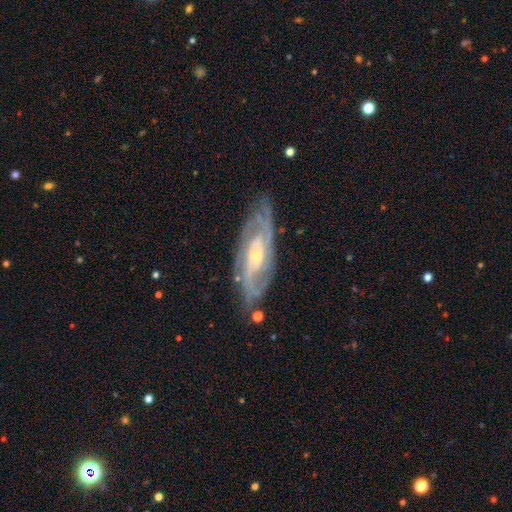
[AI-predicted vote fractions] Smooth or featured?
  - featured or disk: 88% *
  - smooth: 7%
  - star or artifact: 6%
Edge-on disk?
  - no: 88% *
  - yes: 12%
Bar?
  - no: 47% *
  - weak: 40%
  - strong: 14%
Spiral arms?
  - yes: 96% *
  - no: 4%
Spiral winding?
  - tight: 54% *
  - medium: 38%
  - loose: 8%
Spiral arm count?
  - 2: 39% *
  - can't tell: 24%
  - 3: 20%
  - 4: 8%
  - more than 4: 4%
  - 1: 4%
Bulge size?
  - moderate: 50% *
  - small: 44%
  - large: 3%
  - none: 2%
  - dominant: 1%
Merging?
  - none: 78% *
  - minor disturbance: 16%
  - major disturbance: 4%
  - merger: 2%